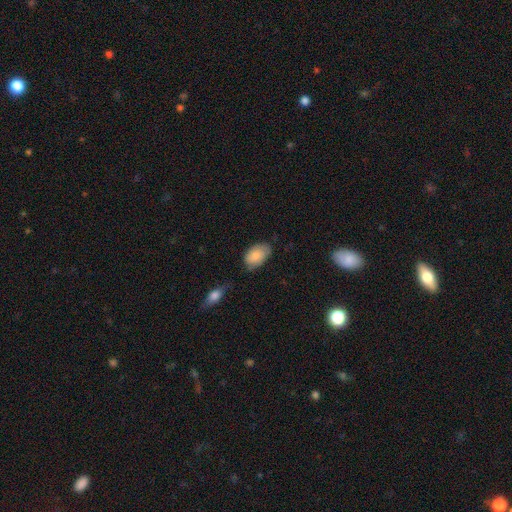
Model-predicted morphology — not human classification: Overall: smooth (83%). How rounded: in between (92%). Merging: none (63%; minor disturbance 28%).